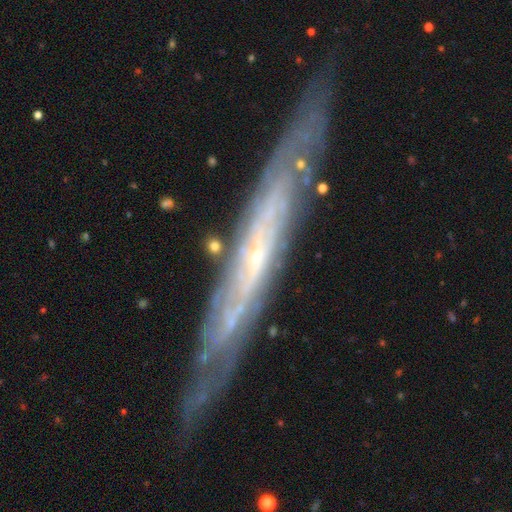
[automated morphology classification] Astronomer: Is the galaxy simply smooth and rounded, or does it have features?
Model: featured or disk — 81%.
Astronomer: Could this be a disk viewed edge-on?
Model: yes — 57% (runner-up: no, 43%).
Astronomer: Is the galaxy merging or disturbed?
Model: none — 80%.